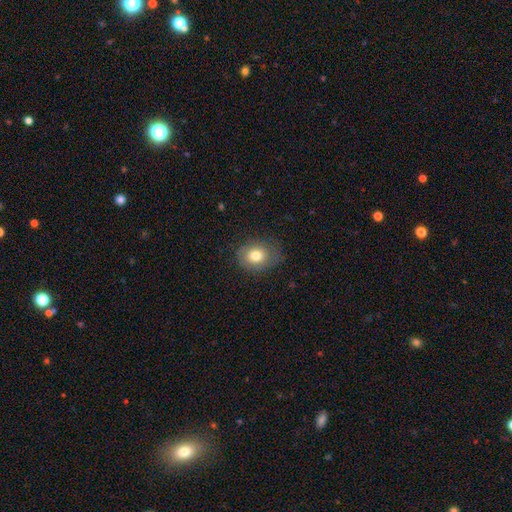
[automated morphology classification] smooth 76%, featured or disk 15%, star or artifact 9%. Down the decision tree: how rounded — in between (53%); merging — none (75%).